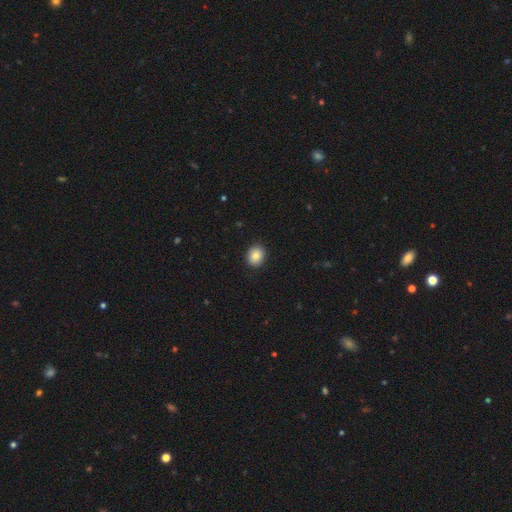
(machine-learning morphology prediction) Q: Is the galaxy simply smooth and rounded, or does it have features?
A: smooth — 84%.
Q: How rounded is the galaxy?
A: round — 64%.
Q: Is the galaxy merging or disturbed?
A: none — 90%.